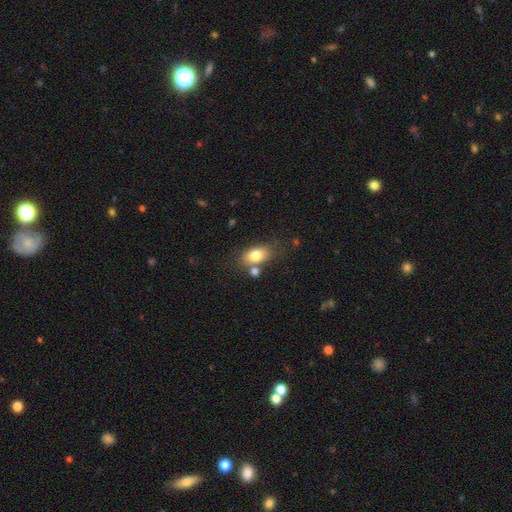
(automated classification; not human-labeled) Smooth or featured? Predicted: smooth (p=0.78). How rounded? Predicted: in between (p=0.85). Merging? Predicted: none (p=0.63).